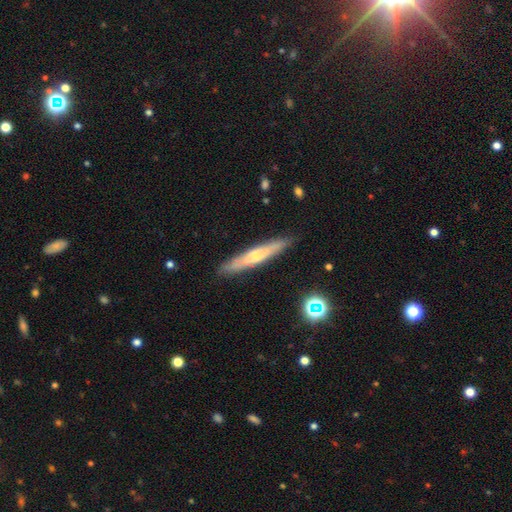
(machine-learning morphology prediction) type=featured or disk (49%); merging=none (88%).